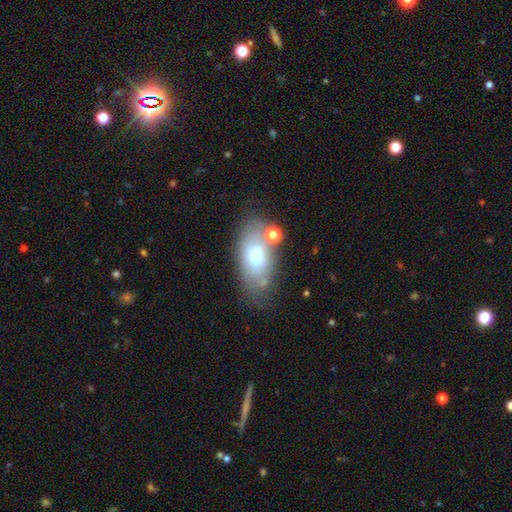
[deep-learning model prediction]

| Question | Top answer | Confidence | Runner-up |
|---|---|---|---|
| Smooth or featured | smooth | 60% | featured or disk (30%) |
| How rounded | in between | 89% | round (6%) |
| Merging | none | 57% | minor disturbance (20%) |